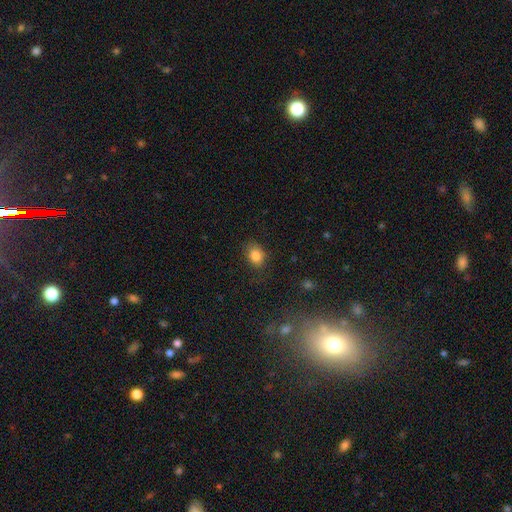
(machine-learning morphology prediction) Smooth or featured? Predicted: smooth (p=0.84). How rounded? Predicted: in between (p=0.57). Merging? Predicted: none (p=0.76).